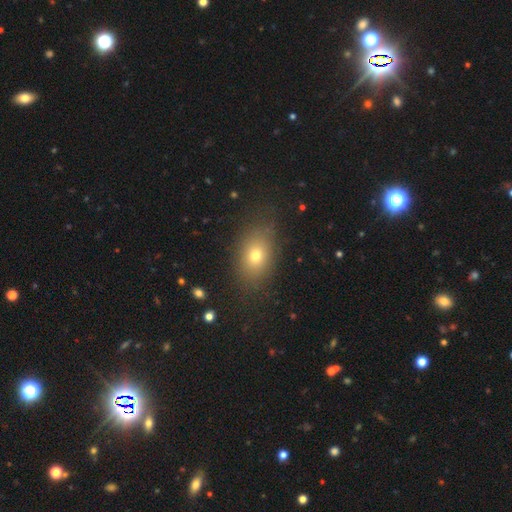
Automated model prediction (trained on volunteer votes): Morphology: type=smooth (73%); roundness=in between (73%); merging=none (80%).